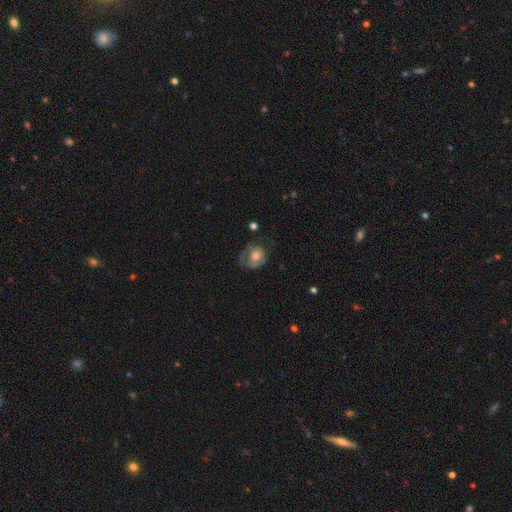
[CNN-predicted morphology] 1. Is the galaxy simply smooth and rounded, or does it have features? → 51% smooth, 41% featured or disk, 8% star or artifact.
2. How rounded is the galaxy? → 52% round, 47% in between, 1% cigar-shaped.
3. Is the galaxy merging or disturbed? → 41% none, 30% major disturbance, 27% minor disturbance, 2% merger.